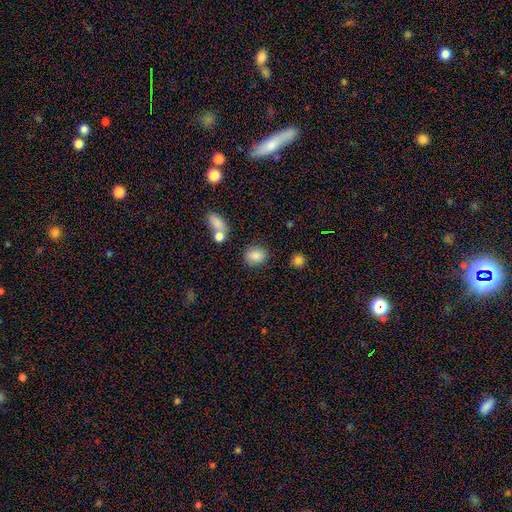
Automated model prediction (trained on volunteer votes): Overall: smooth (85%). How rounded: round (53%; in between 46%). Merging: none (77%).